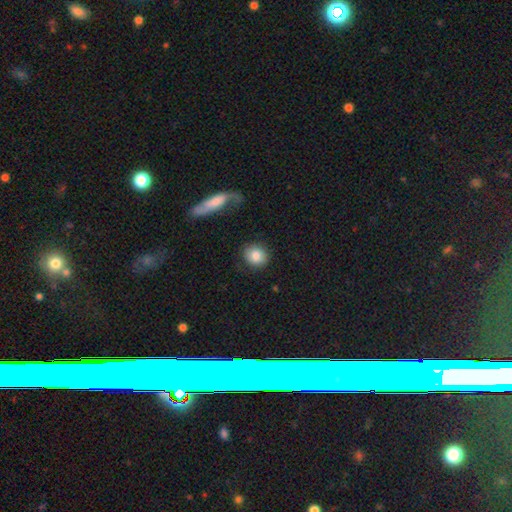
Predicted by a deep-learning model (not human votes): Overall: smooth (82%). How rounded: round (81%). Merging: none (83%).